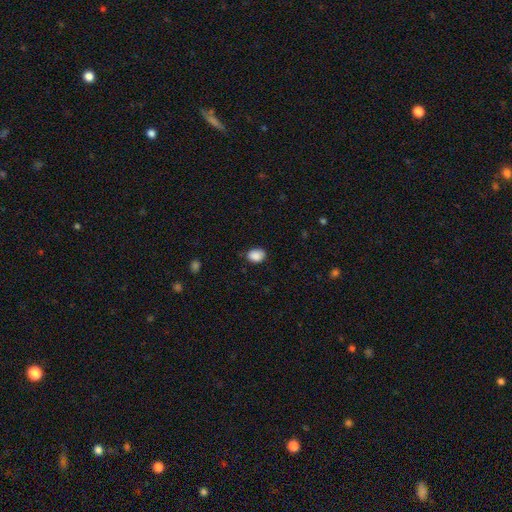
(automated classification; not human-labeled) Overall: smooth (88%). How rounded: in between (66%; round 33%). Merging: none (73%).